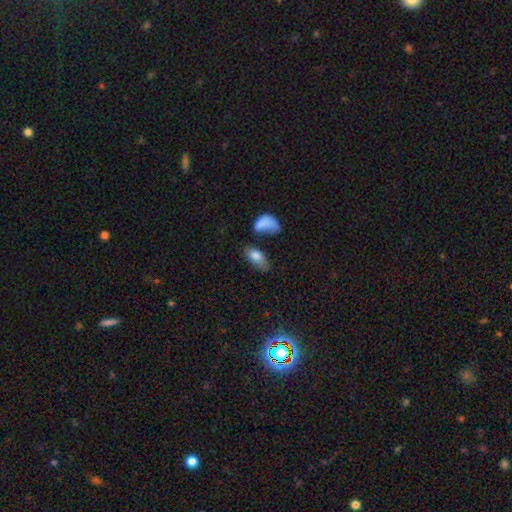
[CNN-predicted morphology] type=smooth (80%); roundness=in between (90%); merging=none (48%).